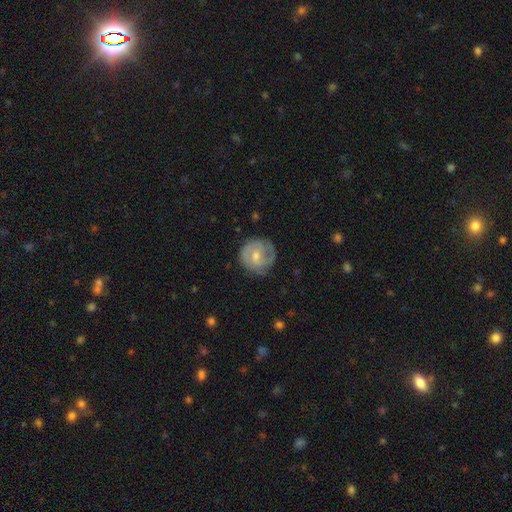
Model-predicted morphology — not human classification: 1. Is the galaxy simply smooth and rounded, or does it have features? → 61% featured or disk, 33% smooth, 6% star or artifact.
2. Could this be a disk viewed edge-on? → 97% no, 3% yes.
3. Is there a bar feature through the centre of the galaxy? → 47% weak, 43% no, 10% strong.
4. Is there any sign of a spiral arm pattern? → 82% yes, 18% no.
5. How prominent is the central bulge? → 52% moderate, 43% small, 2% none, 2% large, 1% dominant.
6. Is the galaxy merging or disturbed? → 75% none, 18% minor disturbance, 6% major disturbance, 1% merger.